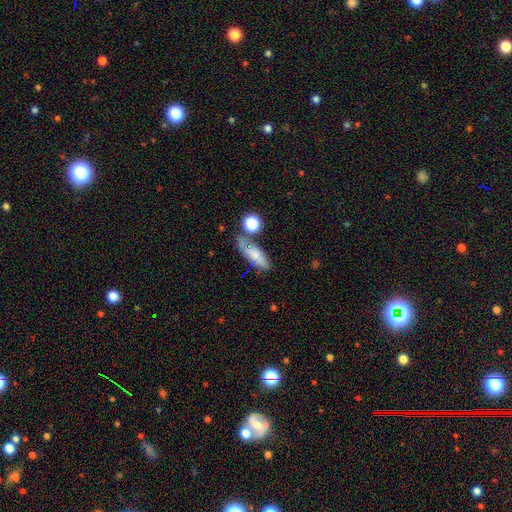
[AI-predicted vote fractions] The model was most divided on "how rounded": in between: 49%, cigar-shaped: 46%, round: 6%. More confident: smooth or featured — smooth (71%); merging — none (58%).